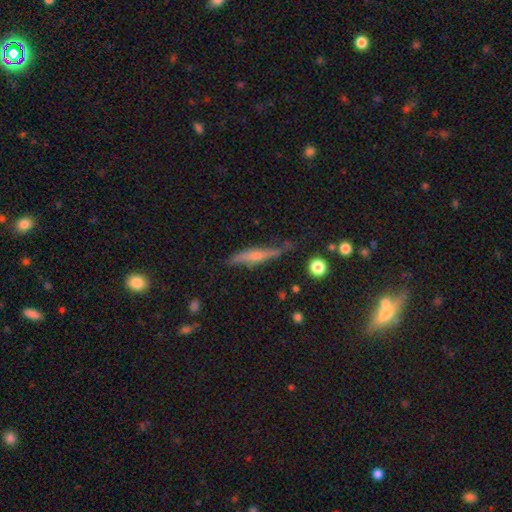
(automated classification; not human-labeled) featured or disk 59%, smooth 32%, star or artifact 9%. Down the decision tree: edge-on disk — yes (89%); edge-on bulge — rounded (71%); merging — none (71%).